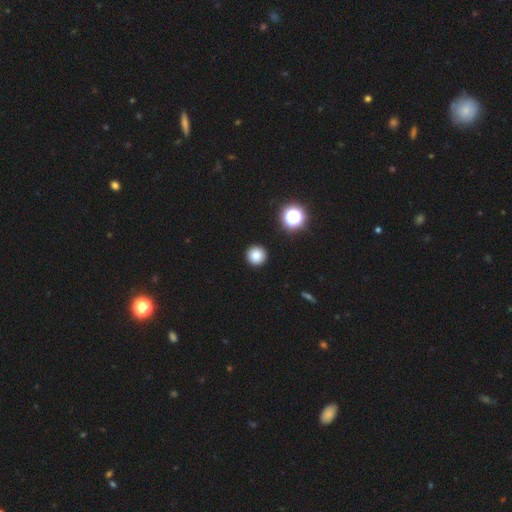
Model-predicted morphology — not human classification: The model was most divided on "smooth or featured": smooth: 81%, star or artifact: 13%, featured or disk: 6%. More confident: how rounded — round (96%); merging — none (93%).